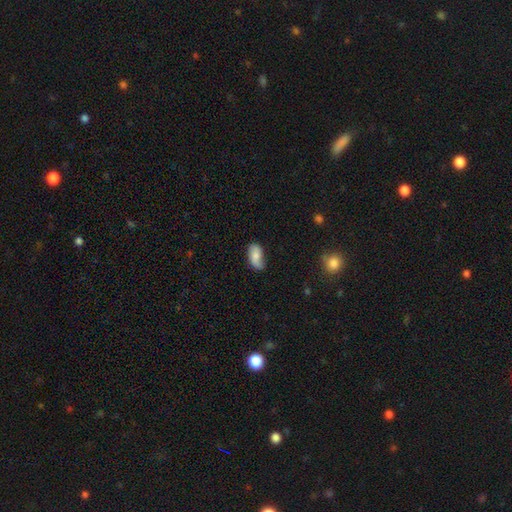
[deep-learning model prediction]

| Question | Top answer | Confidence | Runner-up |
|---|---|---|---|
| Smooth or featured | smooth | 66% | featured or disk (26%) |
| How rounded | in between | 93% | round (4%) |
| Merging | none | 59% | minor disturbance (32%) |